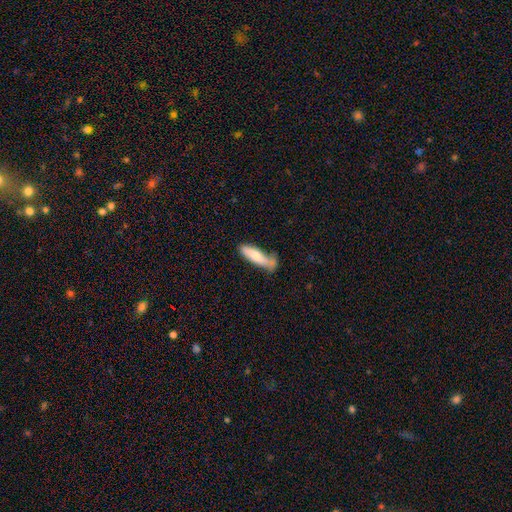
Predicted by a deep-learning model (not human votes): A smooth galaxy with no disk features (67%) that is cigar-shaped (60%).

Vote fractions:
- Smooth or featured? smooth: 67% / featured or disk: 28% / star or artifact: 6%
- How rounded? cigar-shaped: 60% / in between: 38% / round: 2%
- Merging? none: 48% / minor disturbance: 30% / merger: 11% / major disturbance: 11%